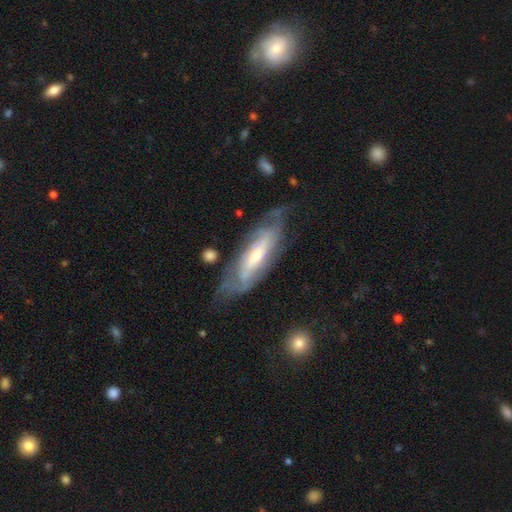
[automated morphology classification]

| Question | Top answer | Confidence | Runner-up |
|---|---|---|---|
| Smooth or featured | featured or disk | 72% | smooth (22%) |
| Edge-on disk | no | 76% | yes (24%) |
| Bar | no | 50% | weak (32%) |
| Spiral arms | yes | 80% | no (20%) |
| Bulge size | small | 48% | moderate (43%) |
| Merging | none | 63% | minor disturbance (23%) |